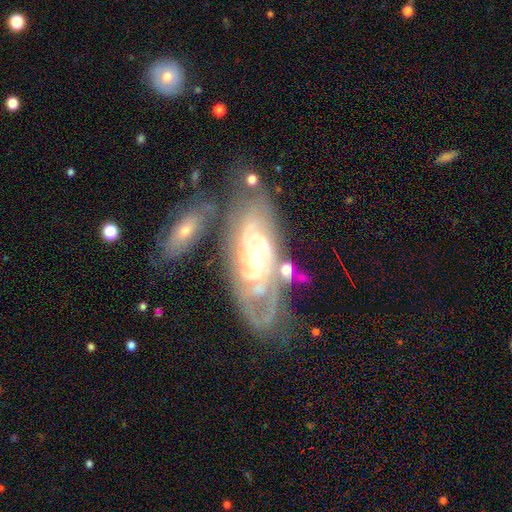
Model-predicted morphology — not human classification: Smooth or featured: featured or disk — 86% (smooth — 8%)
Edge-on disk: no — 92% (yes — 8%)
Bar: no — 66% (weak — 25%)
Spiral arms: yes — 94% (no — 6%)
Spiral winding: tight — 65% (medium — 28%)
Spiral arm count: can't tell — 36% (2 — 29%)
Bulge size: small — 56% (moderate — 40%)
Merging: none — 54% (minor disturbance — 19%)